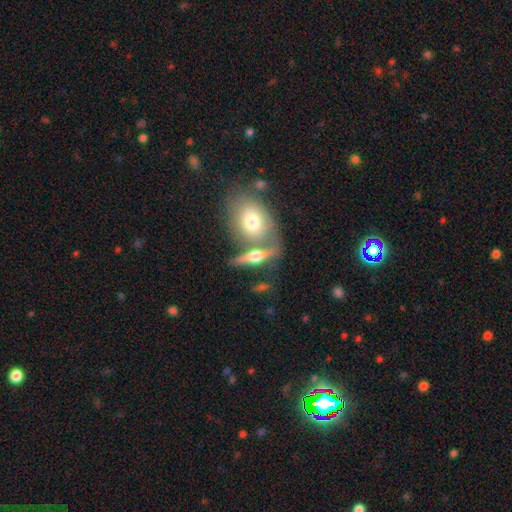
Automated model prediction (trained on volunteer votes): Smooth or featured? Predicted: featured or disk (p=0.59). Edge-on disk? Predicted: yes (p=0.85). Edge-on bulge? Predicted: rounded (p=0.95). Merging? Predicted: none (p=0.51).